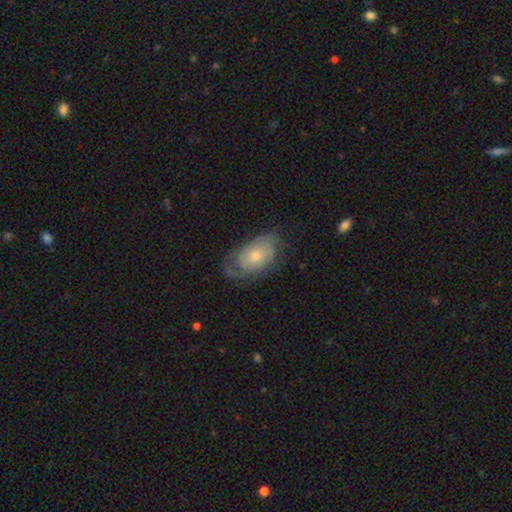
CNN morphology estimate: type=featured or disk (65%); edge-on=no (94%); bar=no (79%); spiral arms=yes (83%); winding=tight (53%); arm count=2 (40%); bulge=moderate (47%); merging=none (62%).